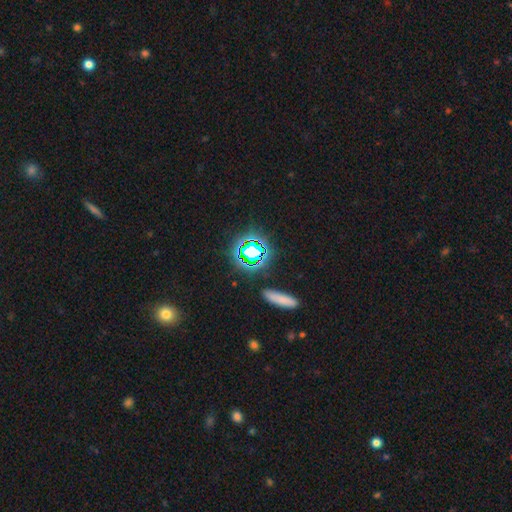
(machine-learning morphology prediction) type=star or artifact (63%).